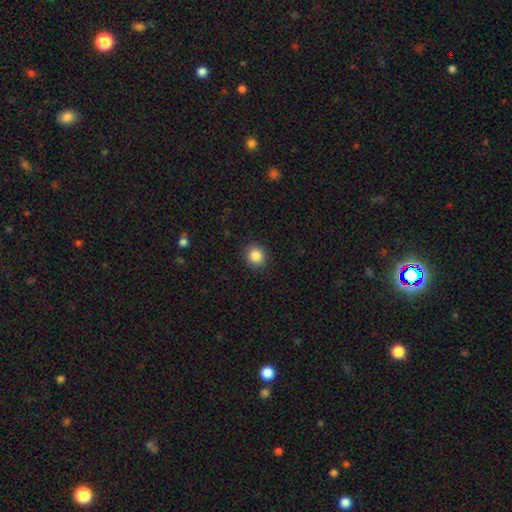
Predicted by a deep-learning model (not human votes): smooth_or_featured: smooth (p=0.86) [alt: star or artifact p=0.10]
how_rounded: round (p=0.84) [alt: in between p=0.15]
merging: none (p=0.90) [alt: minor disturbance p=0.06]